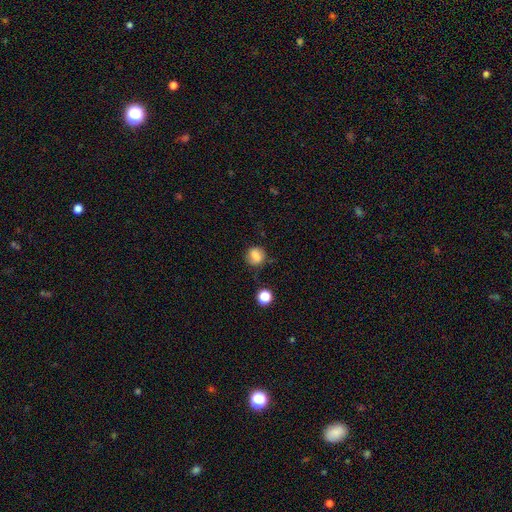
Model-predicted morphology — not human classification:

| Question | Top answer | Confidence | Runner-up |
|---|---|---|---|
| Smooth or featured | smooth | 75% | featured or disk (14%) |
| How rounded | round | 79% | in between (20%) |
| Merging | none | 71% | minor disturbance (20%) |